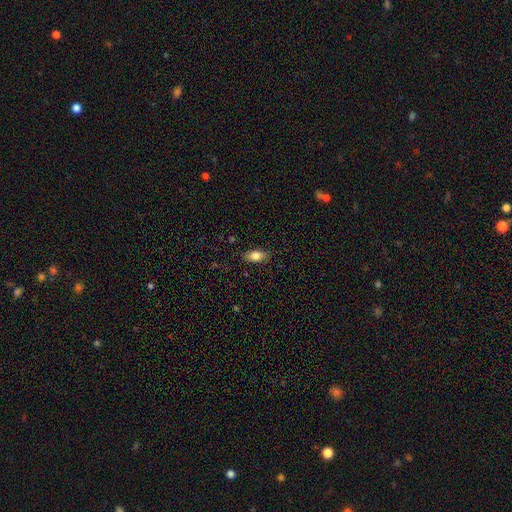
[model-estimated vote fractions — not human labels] smooth_or_featured: smooth (p=0.82) [alt: featured or disk p=0.10]
how_rounded: in between (p=0.88) [alt: cigar-shaped p=0.08]
merging: none (p=0.85) [alt: minor disturbance p=0.11]